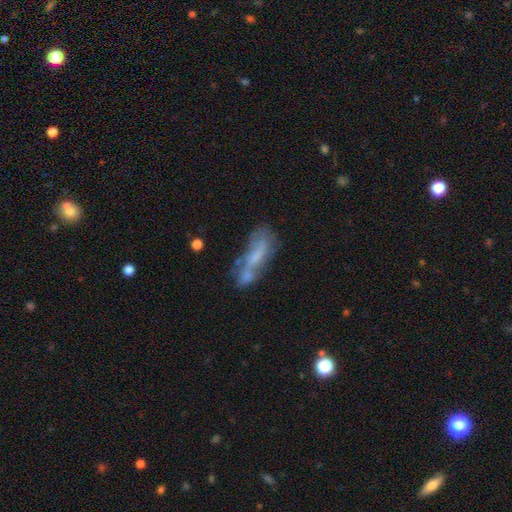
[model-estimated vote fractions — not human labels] Smooth or featured?
  - smooth: 47% *
  - featured or disk: 43%
  - star or artifact: 10%
Merging?
  - none: 34% *
  - merger: 27%
  - minor disturbance: 22%
  - major disturbance: 17%